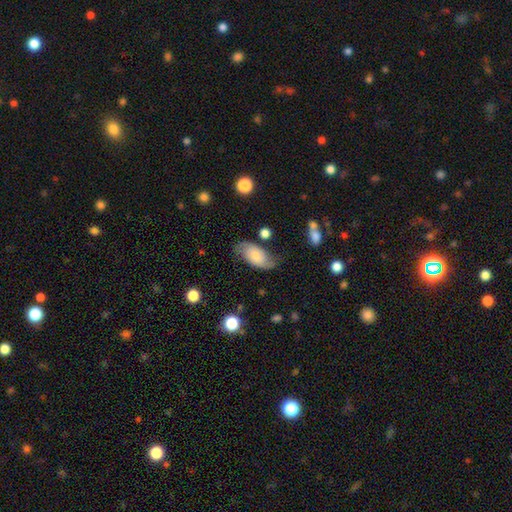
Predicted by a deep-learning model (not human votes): Smooth or featured? featured or disk (49%)
Merging? none (65%)